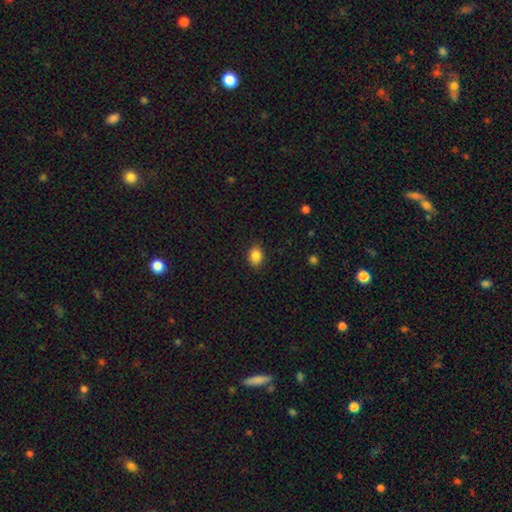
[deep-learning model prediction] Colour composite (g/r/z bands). It shows a smooth galaxy with no disk features (87%) that is in between round and cigar-shaped (66%). Merging: none (88%).